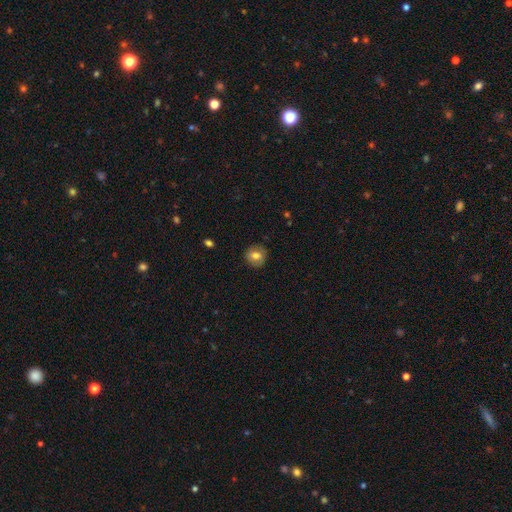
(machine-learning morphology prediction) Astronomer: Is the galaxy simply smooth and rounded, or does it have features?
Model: smooth — 73%.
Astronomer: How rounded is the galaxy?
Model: round — 86%.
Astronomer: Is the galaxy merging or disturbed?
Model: none — 87%.